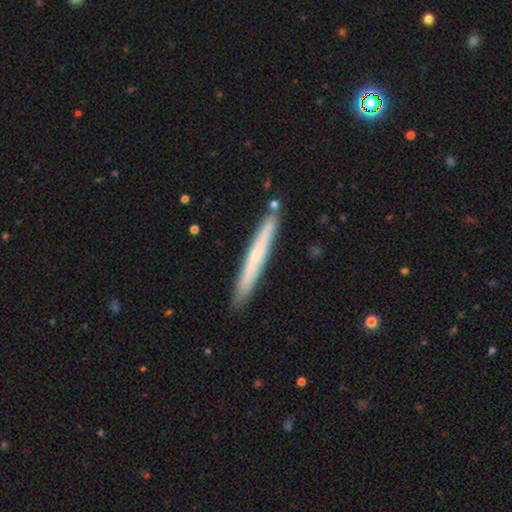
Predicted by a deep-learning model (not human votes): A smooth galaxy with no disk features (49%).

Vote fractions:
- Smooth or featured? smooth: 49% / featured or disk: 46% / star or artifact: 6%
- Merging? none: 87% / minor disturbance: 9% / merger: 3% / major disturbance: 1%